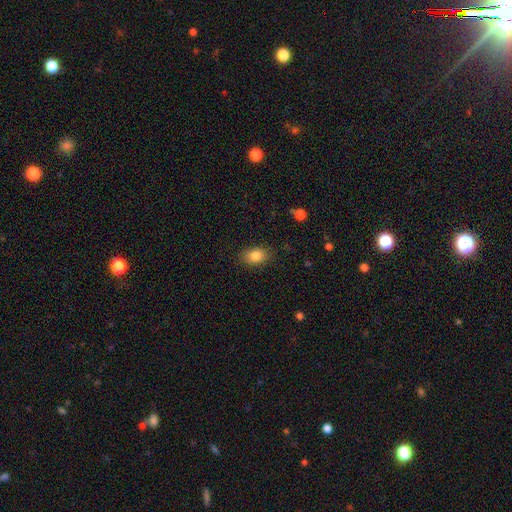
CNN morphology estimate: Smooth or featured?
  - smooth: 84% *
  - star or artifact: 9%
  - featured or disk: 8%
How rounded?
  - in between: 82% *
  - round: 17%
  - cigar-shaped: 1%
Merging?
  - none: 85% *
  - minor disturbance: 11%
  - major disturbance: 3%
  - merger: 1%